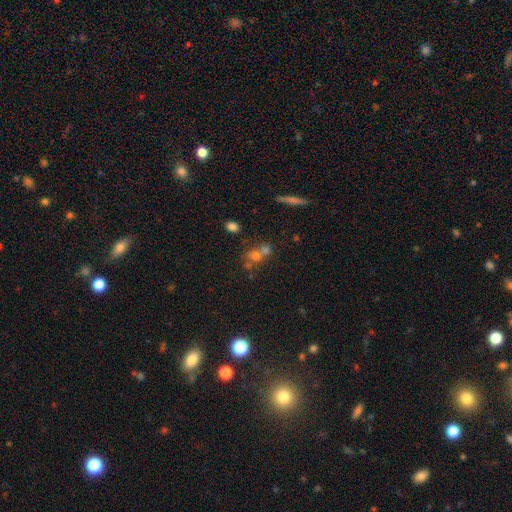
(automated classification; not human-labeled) Smooth or featured? smooth (61%)
How rounded? round (62%)
Merging? merger (53%)